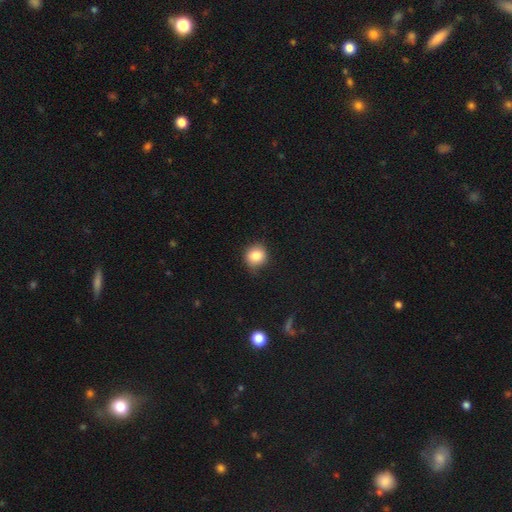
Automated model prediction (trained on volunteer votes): Morphology: type=smooth (83%); roundness=round (84%); merging=none (80%).